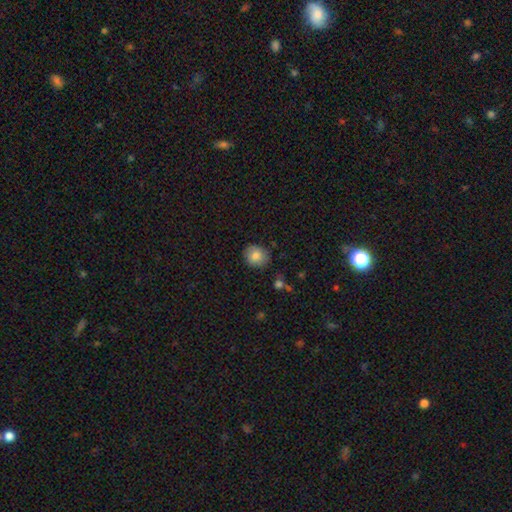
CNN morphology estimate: smooth-or-featured: smooth: 82% | featured or disk: 9% | star or artifact: 8%
  how-rounded: round: 74% | in between: 25% | cigar-shaped: 1%
  merging: none: 83% | minor disturbance: 13% | major disturbance: 3% | merger: 2%